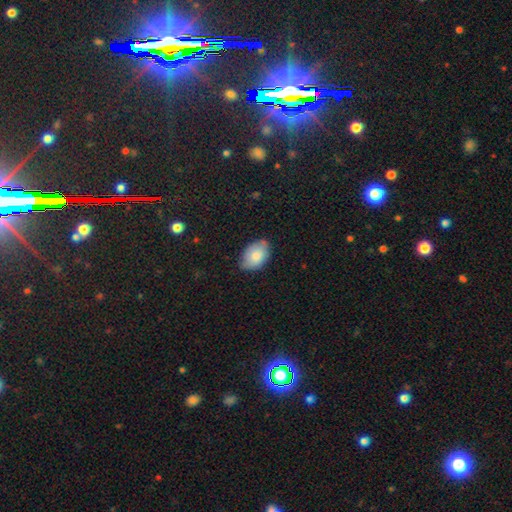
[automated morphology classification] A smooth galaxy with no disk features (82%) that is in between round and cigar-shaped (89%). Merging: none (70%).